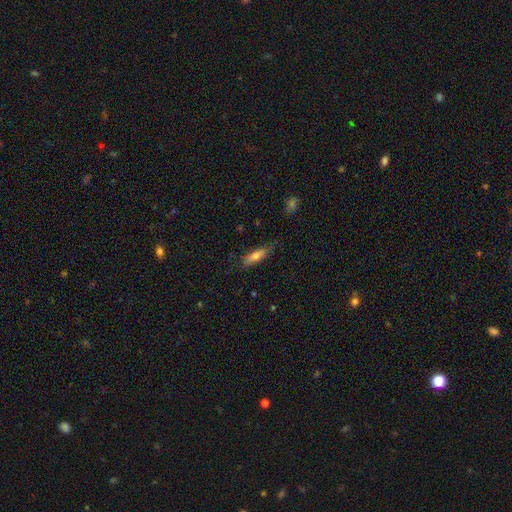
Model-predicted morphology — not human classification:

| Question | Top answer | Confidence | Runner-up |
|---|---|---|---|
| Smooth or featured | smooth | 70% | featured or disk (22%) |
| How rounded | cigar-shaped | 58% | in between (40%) |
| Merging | none | 77% | minor disturbance (18%) |